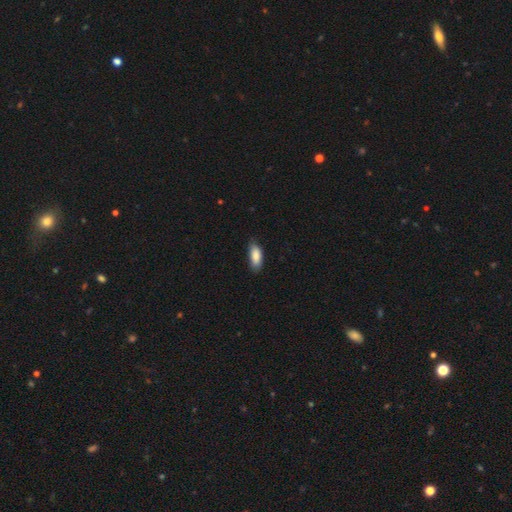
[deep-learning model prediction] The model was most divided on "merging": none: 74%, minor disturbance: 22%, major disturbance: 3%, merger: 1%. More confident: smooth or featured — smooth (86%); how rounded — in between (81%).